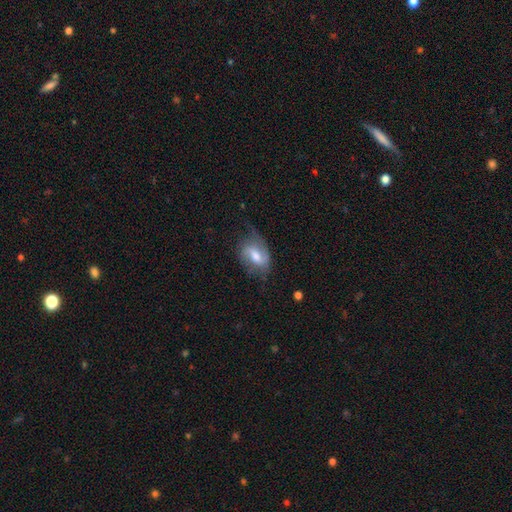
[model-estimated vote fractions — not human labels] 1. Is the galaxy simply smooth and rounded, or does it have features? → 58% featured or disk, 34% smooth, 7% star or artifact.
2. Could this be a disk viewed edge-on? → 95% no, 5% yes.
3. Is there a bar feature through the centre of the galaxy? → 53% weak, 26% no, 21% strong.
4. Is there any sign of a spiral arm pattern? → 85% yes, 15% no.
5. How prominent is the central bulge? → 60% moderate, 18% small, 17% large, 4% none, 2% dominant.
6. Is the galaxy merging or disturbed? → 50% none, 30% minor disturbance, 19% major disturbance, 2% merger.